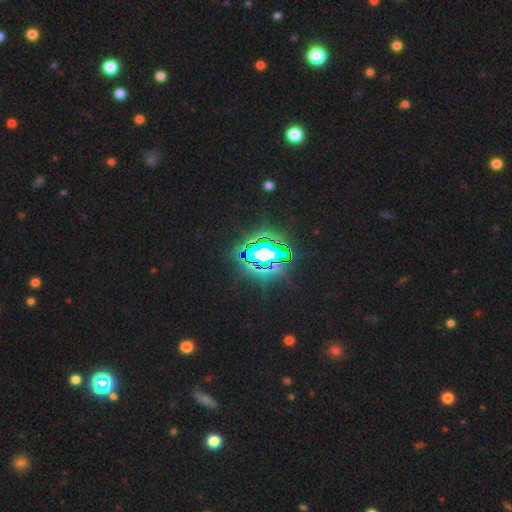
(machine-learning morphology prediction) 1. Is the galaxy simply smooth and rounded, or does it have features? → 77% star or artifact, 12% featured or disk, 11% smooth.